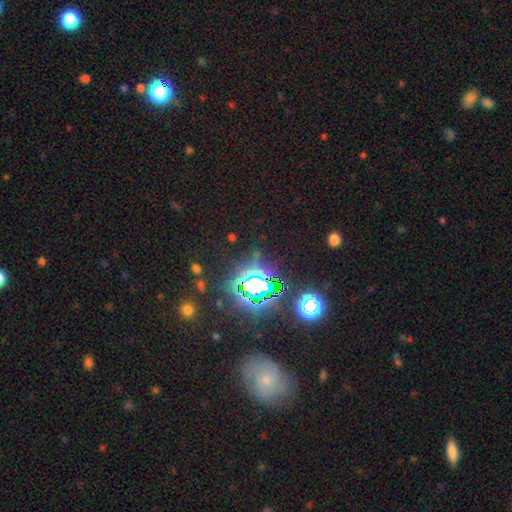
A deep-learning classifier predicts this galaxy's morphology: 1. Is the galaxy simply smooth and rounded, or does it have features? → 77% star or artifact, 16% smooth, 7% featured or disk.